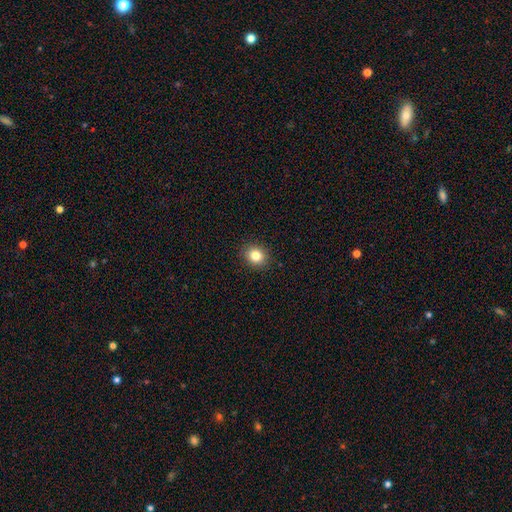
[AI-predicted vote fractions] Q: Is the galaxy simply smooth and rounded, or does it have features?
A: smooth — 82%.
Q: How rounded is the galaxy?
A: round — 71%.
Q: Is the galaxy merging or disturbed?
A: none — 91%.